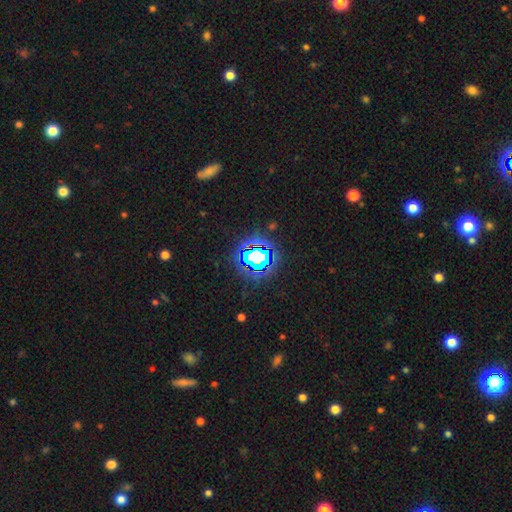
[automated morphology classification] Smooth or featured? Predicted: star or artifact (p=0.63).